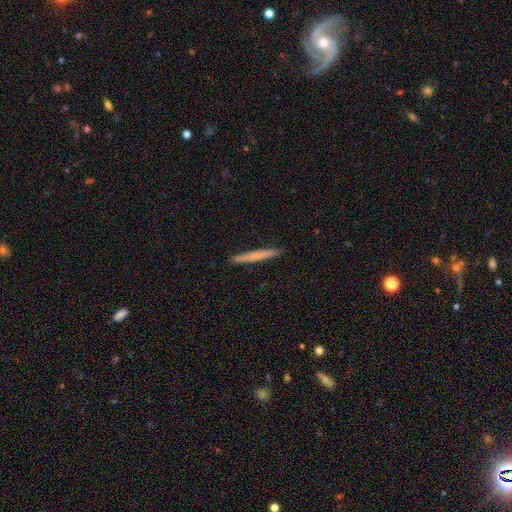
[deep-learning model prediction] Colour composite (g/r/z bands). It shows a smooth galaxy with no disk features (61%) that is cigar-shaped (97%). Merging: none (92%).